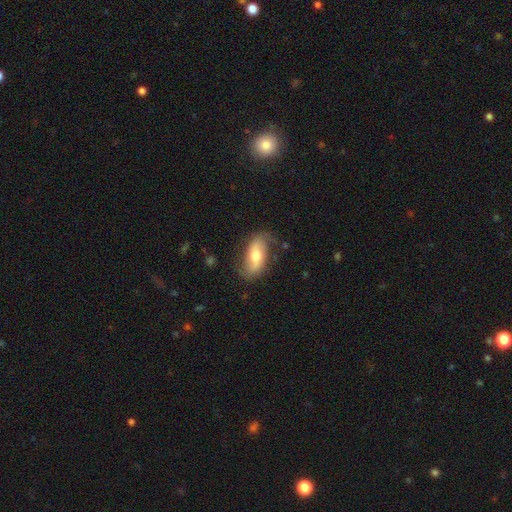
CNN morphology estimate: featured or disk 58%, smooth 36%, star or artifact 6%. Down the decision tree: edge-on disk — no (90%); bar — no (37%); spiral arms — yes (81%); bulge size — moderate (67%); merging — none (71%).